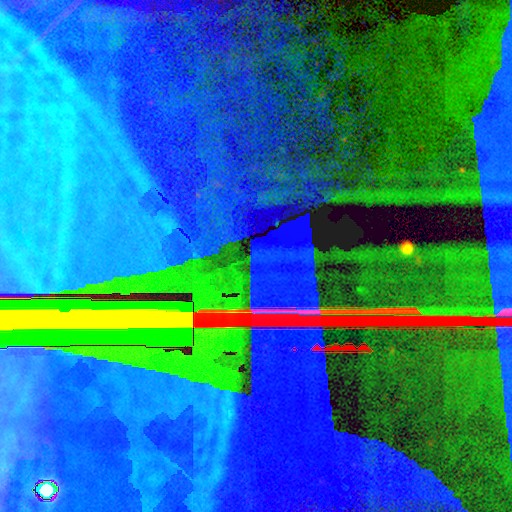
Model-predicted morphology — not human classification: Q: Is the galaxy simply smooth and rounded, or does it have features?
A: star or artifact — 87%.